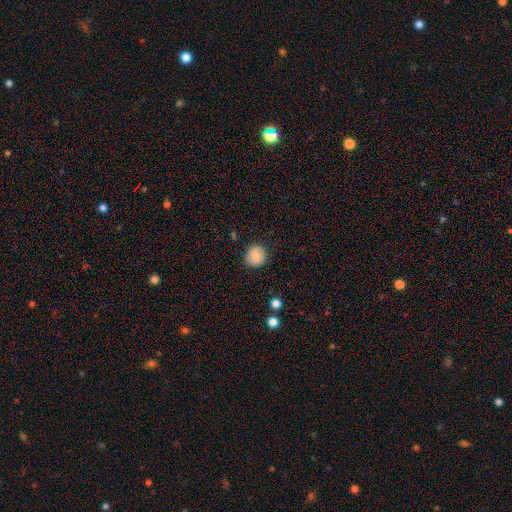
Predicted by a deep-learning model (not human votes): smooth 86%, star or artifact 8%, featured or disk 6%. Down the decision tree: how rounded — round (88%); merging — none (87%).